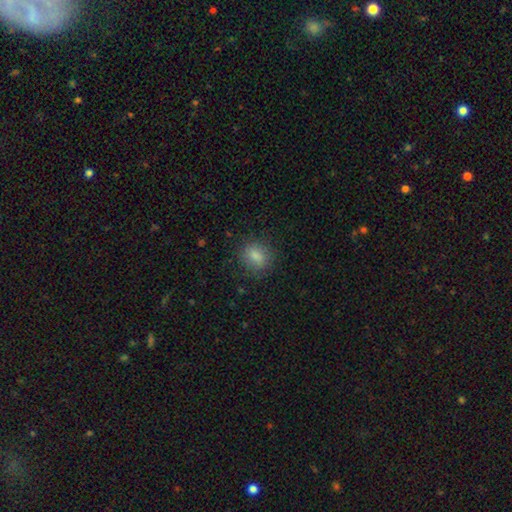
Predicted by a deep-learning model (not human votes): Smooth or featured? Predicted: smooth (p=0.83). How rounded? Predicted: round (p=0.55). Merging? Predicted: none (p=0.80).